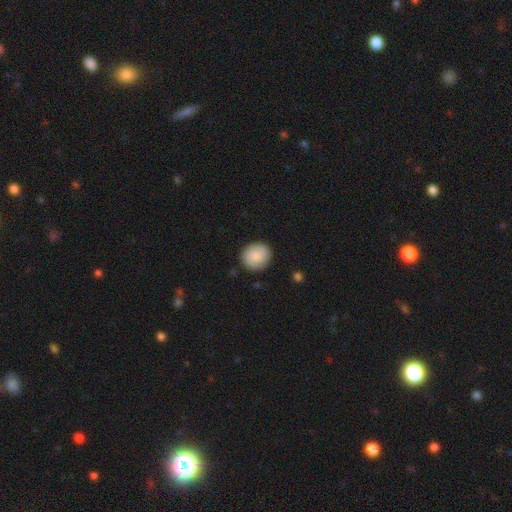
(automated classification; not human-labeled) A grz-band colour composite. It shows a smooth galaxy with no disk features (81%) that is round (87%). Merging: none (88%).